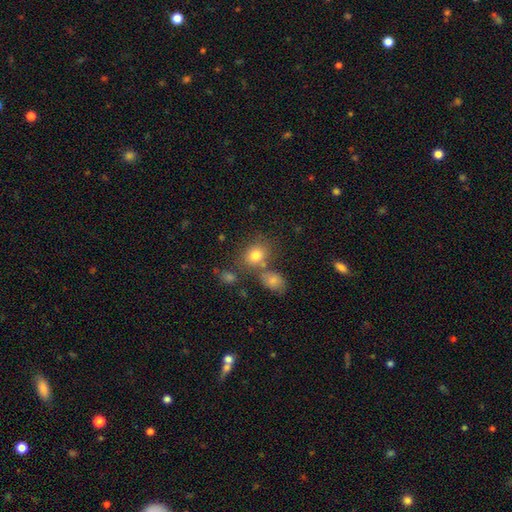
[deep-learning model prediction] A smooth galaxy with no disk features (79%) that is round (52%). Merging: none (60%).